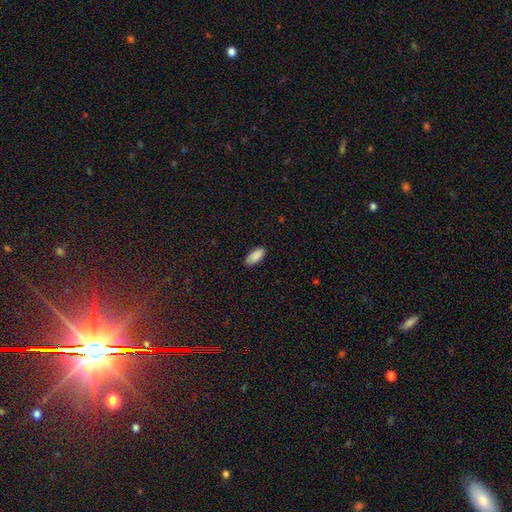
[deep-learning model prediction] The model was most divided on "how rounded": in between: 87%, cigar-shaped: 11%, round: 2%. More confident: smooth or featured — smooth (90%); merging — none (88%).